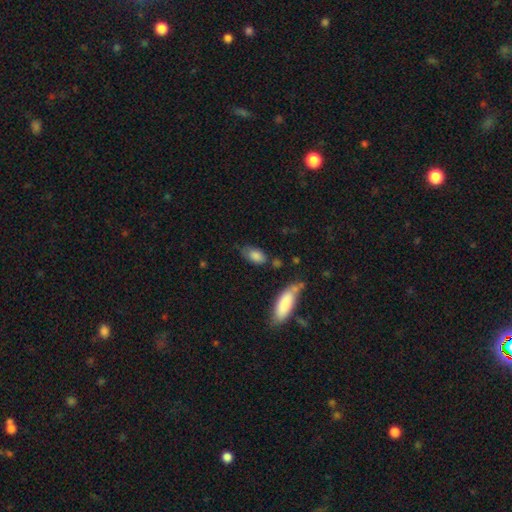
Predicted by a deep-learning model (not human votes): This appears to be a smooth galaxy with no disk features (82%) that is in between round and cigar-shaped (89%). Merging: none (57%).